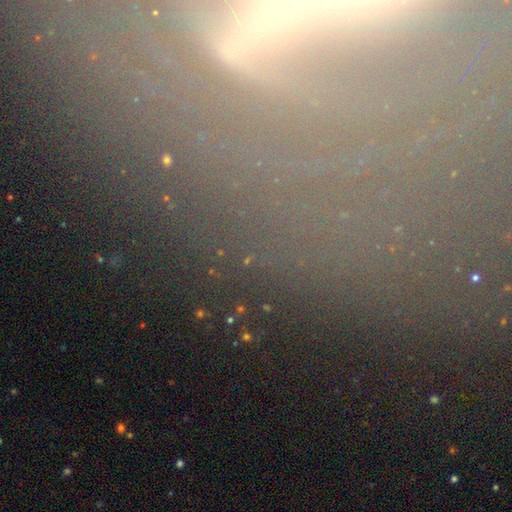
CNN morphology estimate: A star or artifact, not a galaxy (44%).

Vote fractions:
- Smooth or featured? star or artifact: 44% / featured or disk: 37% / smooth: 19%